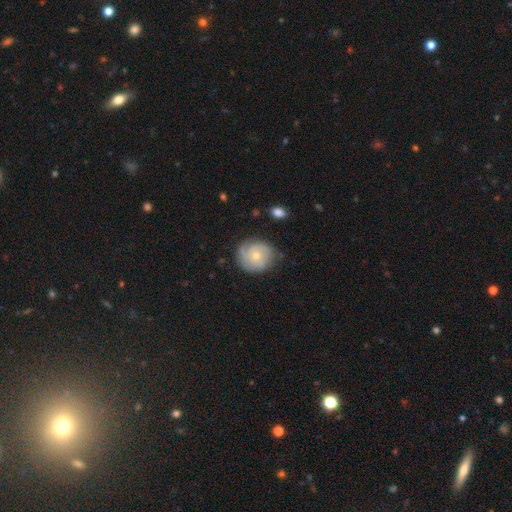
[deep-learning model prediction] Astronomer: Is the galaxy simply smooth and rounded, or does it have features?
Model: featured or disk — 60%.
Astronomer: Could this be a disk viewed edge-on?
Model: no — 98%.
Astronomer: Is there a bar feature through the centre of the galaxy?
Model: no — 80%.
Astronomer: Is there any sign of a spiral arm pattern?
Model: yes — 86%.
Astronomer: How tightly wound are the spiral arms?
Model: tight — 59%.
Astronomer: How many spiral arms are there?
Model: can't tell — 36% (runner-up: 2, 26%).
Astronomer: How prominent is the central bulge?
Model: small — 57% (runner-up: moderate, 39%).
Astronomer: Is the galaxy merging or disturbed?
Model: none — 71%.